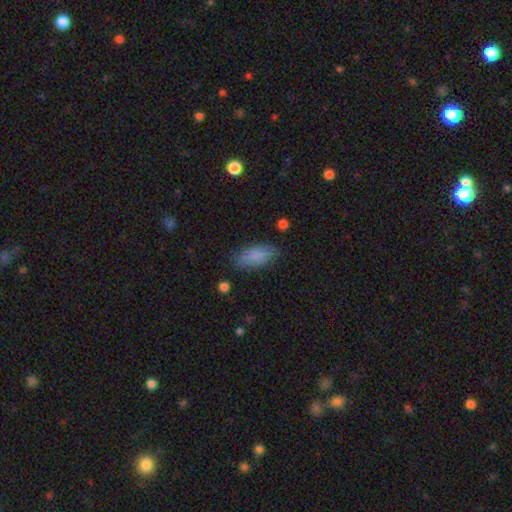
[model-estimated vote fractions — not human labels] This appears to be a smooth galaxy with no disk features (84%) that is in between round and cigar-shaped (82%). Merging: none (80%).